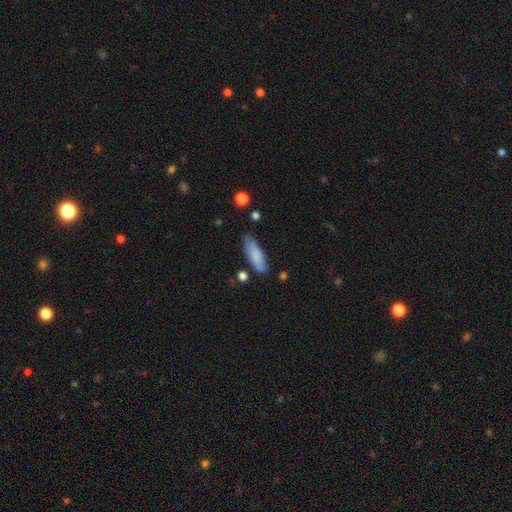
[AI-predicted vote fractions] The model was most divided on "how rounded" (2-way tie): cigar-shaped: 49%, in between: 49%, round: 2%. More confident: smooth or featured — smooth (82%); merging — none (74%).